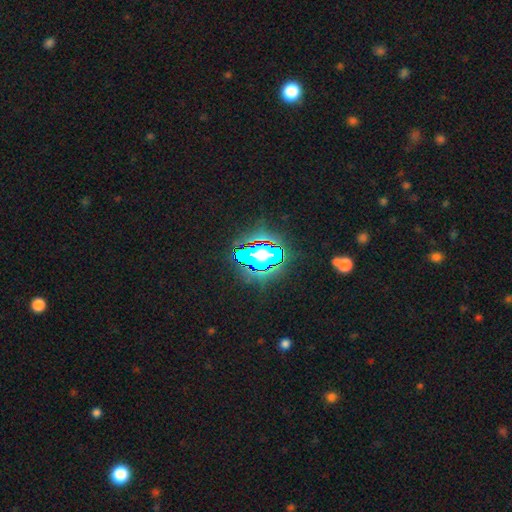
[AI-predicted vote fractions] smooth-or-featured: star or artifact: 74% | smooth: 15% | featured or disk: 11%